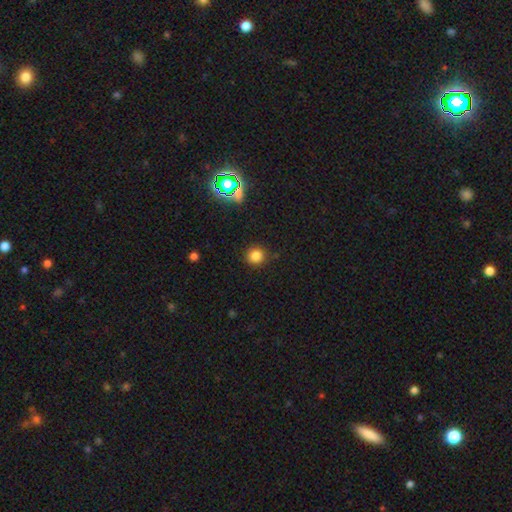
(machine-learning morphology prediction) smooth_or_featured: smooth (p=0.80) [alt: star or artifact p=0.15]
how_rounded: round (p=0.91) [alt: in between p=0.08]
merging: none (p=0.89) [alt: minor disturbance p=0.08]